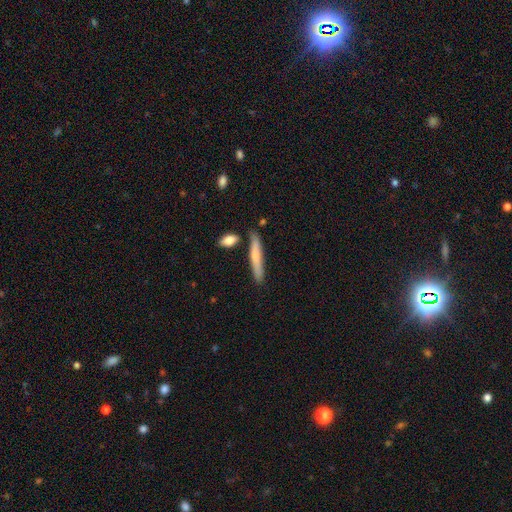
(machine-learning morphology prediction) smooth_or_featured: smooth (p=0.65) [alt: featured or disk p=0.29]
how_rounded: cigar-shaped (p=0.92) [alt: in between p=0.07]
merging: none (p=0.79) [alt: minor disturbance p=0.13]